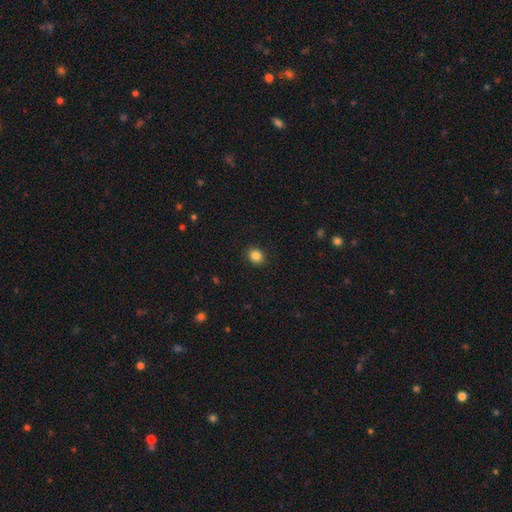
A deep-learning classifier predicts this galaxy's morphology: A smooth galaxy with no disk features (86%) that is round (72%). Merging: none (91%).